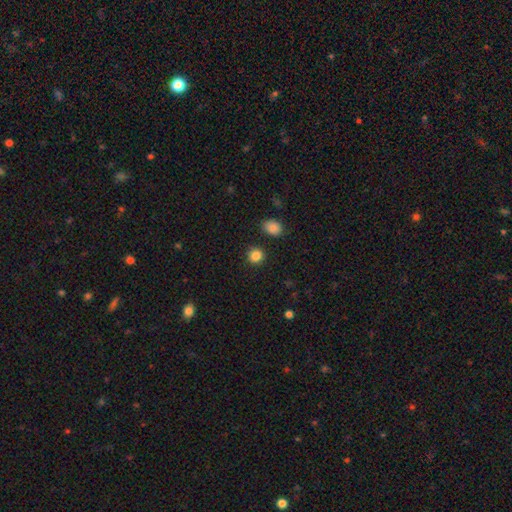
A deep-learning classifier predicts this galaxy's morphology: The model was most divided on "smooth or featured": smooth: 86%, star or artifact: 11%, featured or disk: 3%. More confident: merging — none (89%); how rounded — round (88%).